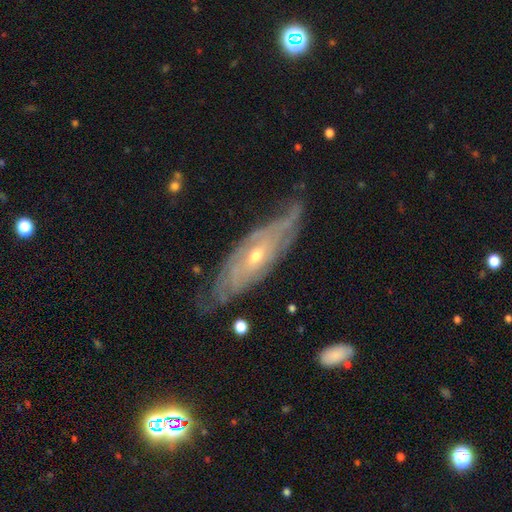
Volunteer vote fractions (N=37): This appears to be a featured or disk galaxy (97%) with no bar (67%), tight (80%) spiral arms (93%) and a small central bulge (63%). Merging: none (59%).